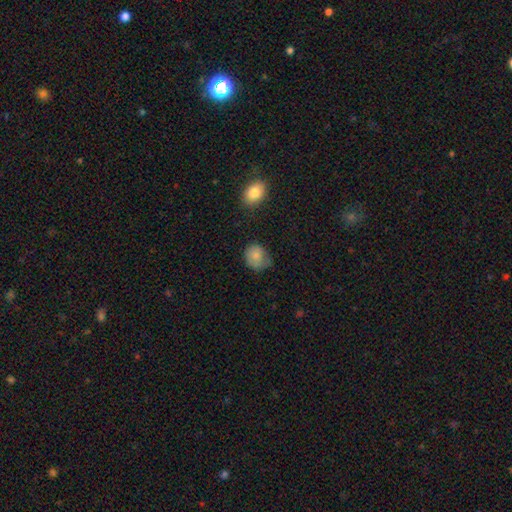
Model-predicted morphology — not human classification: Smooth or featured? Predicted: smooth (p=0.81). How rounded? Predicted: round (p=0.64). Merging? Predicted: none (p=0.51).